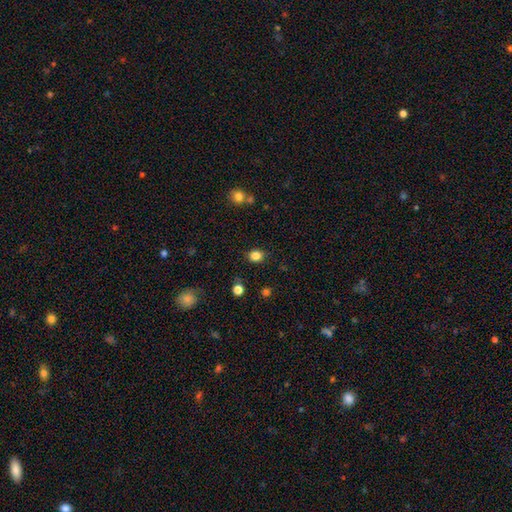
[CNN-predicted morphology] A smooth galaxy with no disk features (84%) that is round (63%). Merging: none (86%).